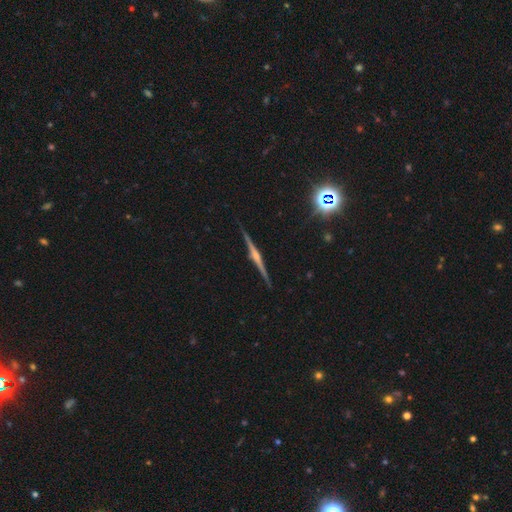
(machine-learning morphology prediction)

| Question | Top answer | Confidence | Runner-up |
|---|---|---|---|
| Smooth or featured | featured or disk | 82% | smooth (11%) |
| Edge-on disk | yes | 98% | no (2%) |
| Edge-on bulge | rounded | 75% | boxy (14%) |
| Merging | none | 90% | minor disturbance (7%) |